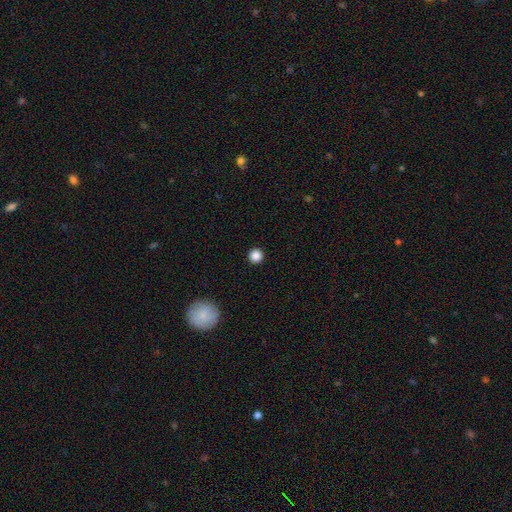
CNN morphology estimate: smooth_or_featured: smooth (p=0.86) [alt: star or artifact p=0.11]
how_rounded: round (p=0.95) [alt: in between p=0.04]
merging: none (p=0.93) [alt: minor disturbance p=0.04]